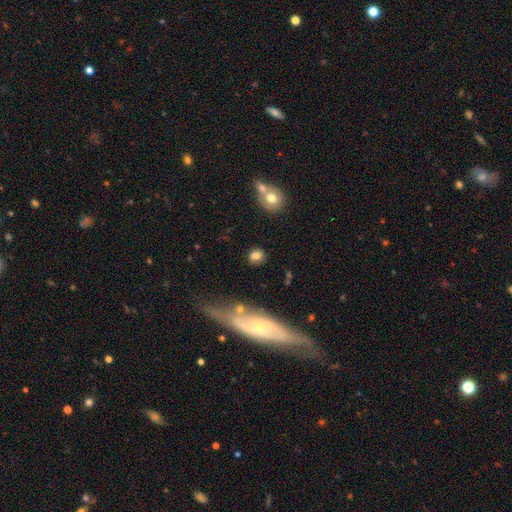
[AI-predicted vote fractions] Smooth or featured? smooth (78%)
How rounded? round (66%)
Merging? none (78%)